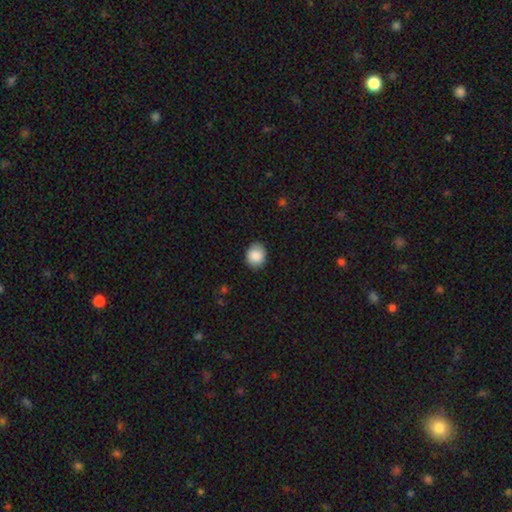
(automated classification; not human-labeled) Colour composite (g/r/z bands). It shows a smooth galaxy with no disk features (87%) that is round (67%). Merging: none (86%).